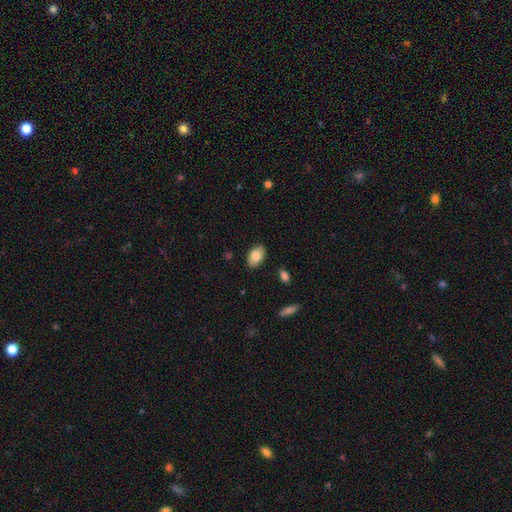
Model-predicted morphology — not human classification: Smooth or featured?
  - smooth: 84% *
  - featured or disk: 9%
  - star or artifact: 7%
How rounded?
  - in between: 92% *
  - round: 7%
  - cigar-shaped: 1%
Merging?
  - none: 85% *
  - minor disturbance: 11%
  - major disturbance: 2%
  - merger: 1%